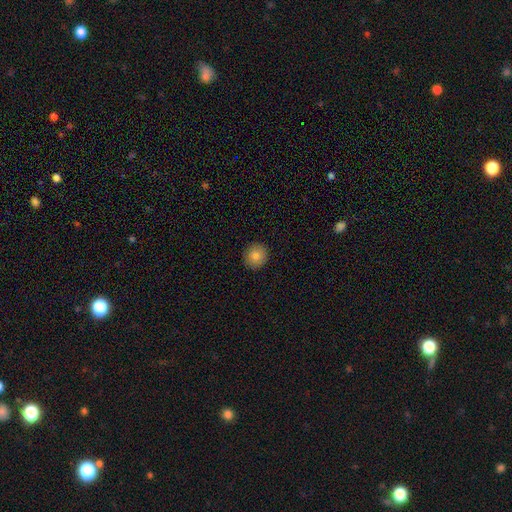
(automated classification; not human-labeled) The model was most divided on "smooth or featured": smooth: 83%, star or artifact: 9%, featured or disk: 8%. More confident: merging — none (92%); how rounded — round (90%).